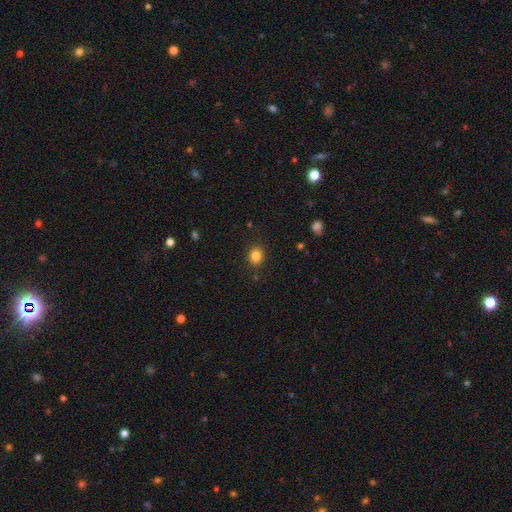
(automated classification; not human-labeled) smooth-or-featured: smooth: 84% | star or artifact: 11% | featured or disk: 5%
  how-rounded: round: 65% | in between: 34% | cigar-shaped: 1%
  merging: none: 88% | minor disturbance: 8% | major disturbance: 3% | merger: 1%